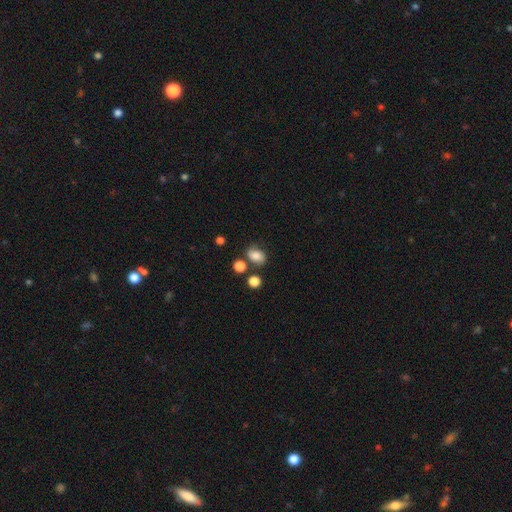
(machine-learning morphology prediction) Smooth or featured? smooth (74%)
How rounded? in between (65%)
Merging? none (64%)